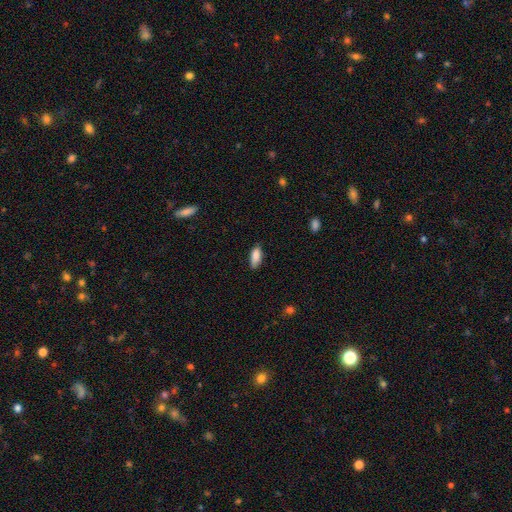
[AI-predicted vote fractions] Overall: smooth (87%). How rounded: in between (78%). Merging: none (76%).